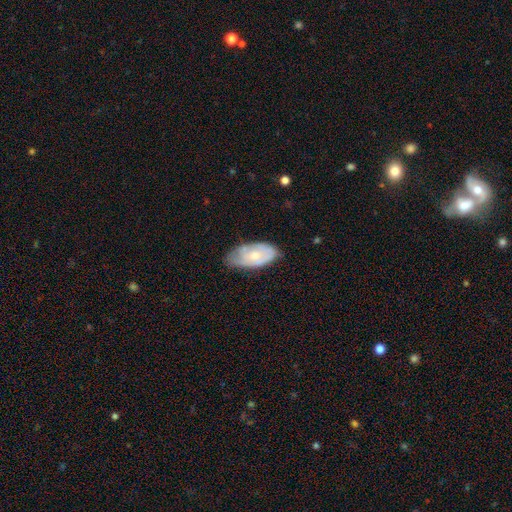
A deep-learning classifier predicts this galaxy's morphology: Q: Smooth or featured?
A: smooth (51%); runner-up: featured or disk (43%)
Q: How rounded?
A: in between (93%); runner-up: cigar-shaped (4%)
Q: Merging?
A: none (53%); runner-up: minor disturbance (37%)